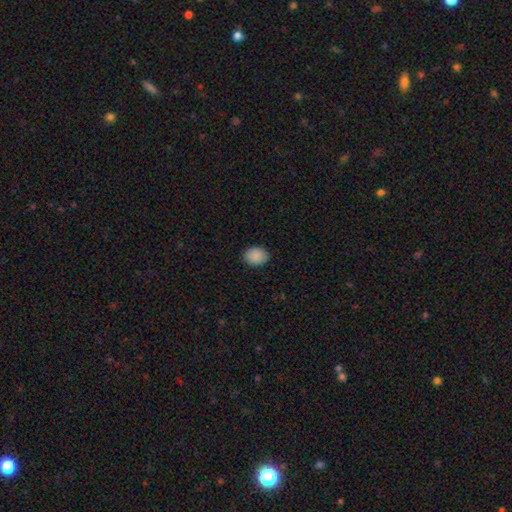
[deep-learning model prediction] Smooth or featured? smooth (89%)
How rounded? in between (57%)
Merging? none (87%)